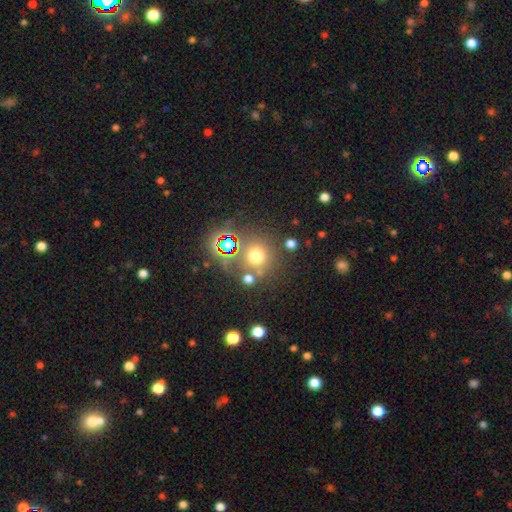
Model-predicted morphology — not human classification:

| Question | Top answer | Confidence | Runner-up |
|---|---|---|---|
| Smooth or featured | smooth | 62% | star or artifact (29%) |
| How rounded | round | 91% | in between (8%) |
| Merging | none | 73% | merger (12%) |